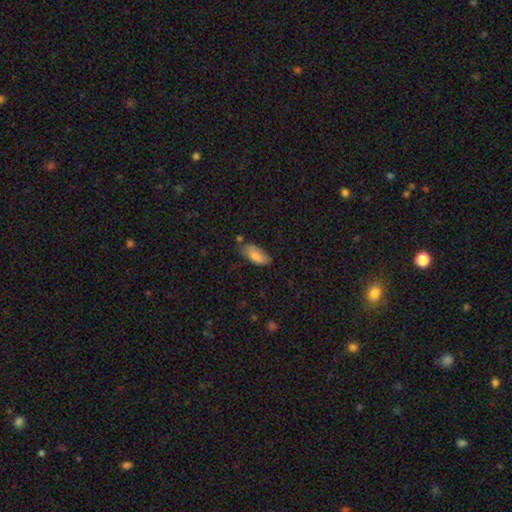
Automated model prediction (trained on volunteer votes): The model was most divided on "merging": none: 60%, minor disturbance: 29%, major disturbance: 6%, merger: 6%. More confident: how rounded — in between (86%); smooth or featured — smooth (83%).